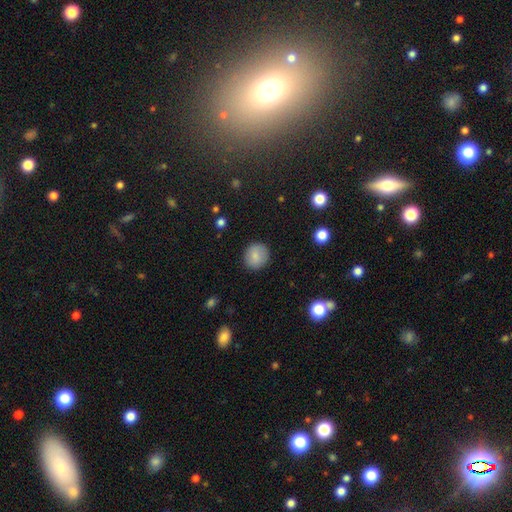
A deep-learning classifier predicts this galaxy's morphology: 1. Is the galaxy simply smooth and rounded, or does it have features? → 83% smooth, 9% featured or disk, 8% star or artifact.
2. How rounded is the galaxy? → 87% round, 12% in between, 1% cigar-shaped.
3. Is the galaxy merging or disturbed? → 89% none, 7% minor disturbance, 2% major disturbance, 1% merger.